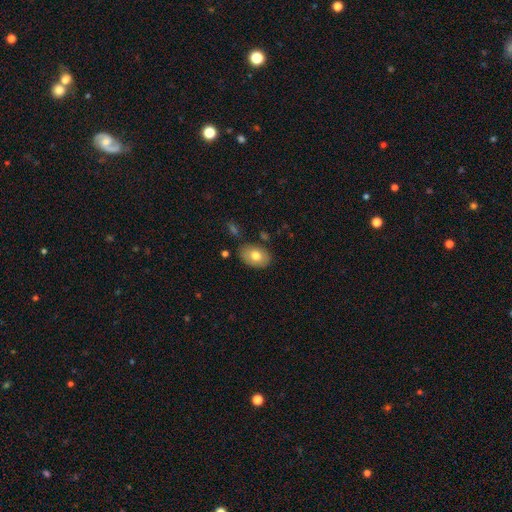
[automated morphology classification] Smooth or featured: smooth — 74% (featured or disk — 18%)
How rounded: in between — 84% (round — 15%)
Merging: none — 81% (minor disturbance — 13%)